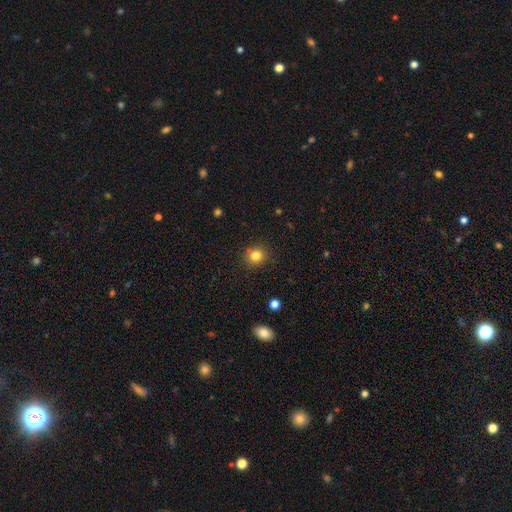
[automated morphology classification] The model was most divided on "smooth or featured": smooth: 83%, star or artifact: 12%, featured or disk: 5%. More confident: merging — none (89%); how rounded — round (86%).